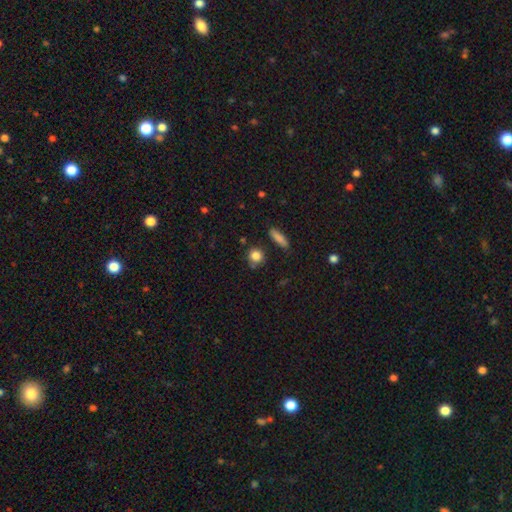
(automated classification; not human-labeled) Smooth or featured: smooth — 84% (star or artifact — 10%)
How rounded: round — 82% (in between — 14%)
Merging: none — 78% (minor disturbance — 12%)